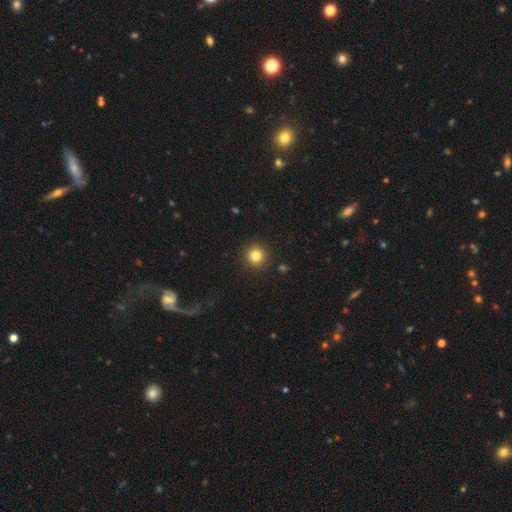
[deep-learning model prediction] Smooth or featured? Predicted: smooth (p=0.82). How rounded? Predicted: round (p=0.94). Merging? Predicted: none (p=0.92).